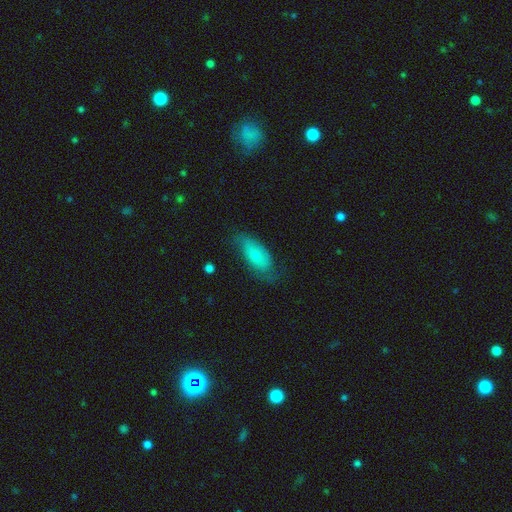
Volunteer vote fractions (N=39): A smooth galaxy with no disk features (74%) that is in between round and cigar-shaped (90%).

Vote fractions:
- Smooth or featured? smooth: 74% / featured or disk: 21% / star or artifact: 5%
- How rounded? in between: 90% / cigar-shaped: 10% / round: 0%
- Merging? none: 76% / minor disturbance: 16% / major disturbance: 8% / merger: 0%